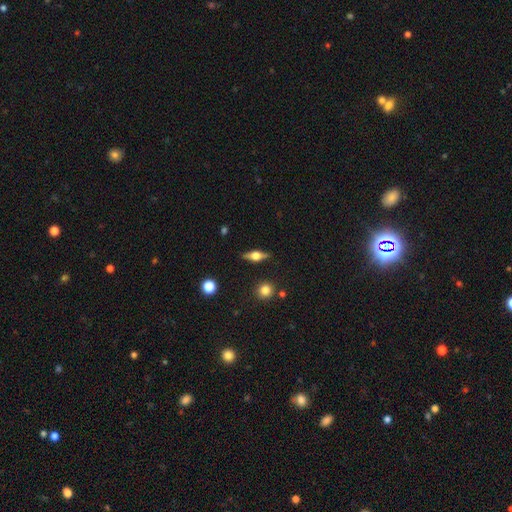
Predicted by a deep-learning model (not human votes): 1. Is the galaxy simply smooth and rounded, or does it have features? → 64% featured or disk, 29% smooth, 7% star or artifact.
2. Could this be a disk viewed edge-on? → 95% yes, 5% no.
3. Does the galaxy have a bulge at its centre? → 92% rounded, 6% boxy, 1% none.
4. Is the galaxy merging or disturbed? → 86% none, 10% minor disturbance, 2% major disturbance, 2% merger.